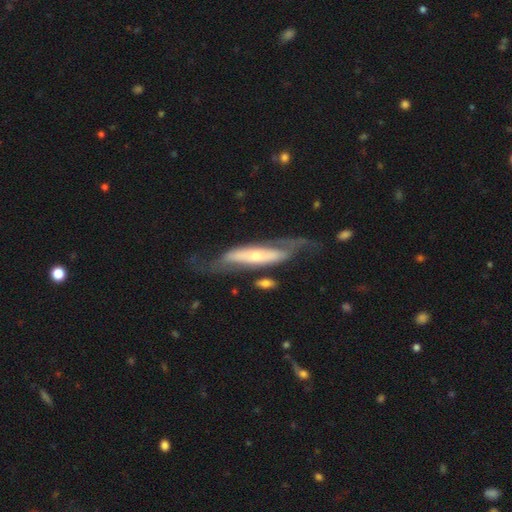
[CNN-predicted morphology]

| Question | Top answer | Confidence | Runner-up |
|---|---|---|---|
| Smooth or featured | featured or disk | 70% | smooth (25%) |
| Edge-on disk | no | 67% | yes (33%) |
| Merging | none | 51% | major disturbance (23%) |